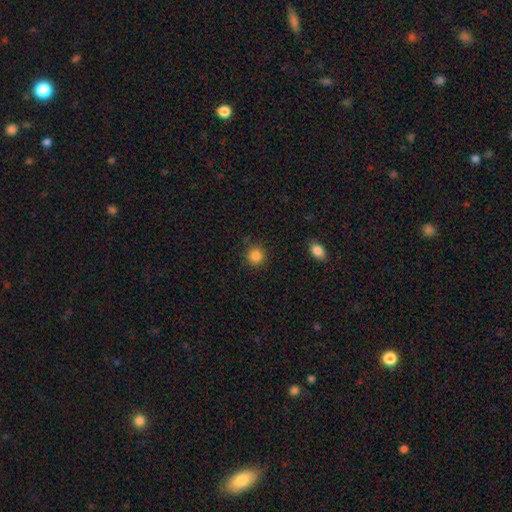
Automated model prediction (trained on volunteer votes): Morphology: type=smooth (86%); roundness=round (91%); merging=none (87%).